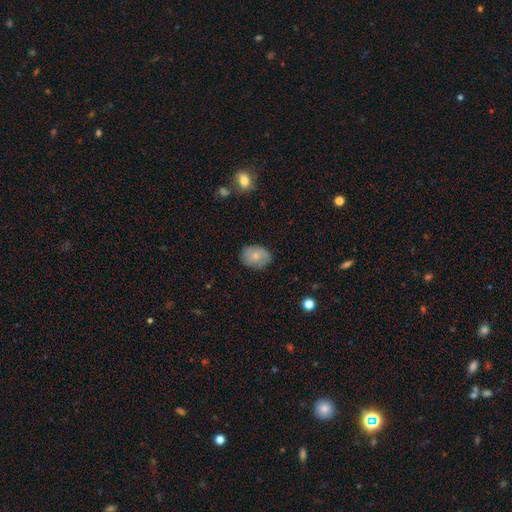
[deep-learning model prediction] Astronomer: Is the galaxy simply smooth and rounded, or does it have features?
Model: smooth — 68%.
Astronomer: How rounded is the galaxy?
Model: in between — 63%.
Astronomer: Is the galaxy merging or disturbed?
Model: none — 80%.